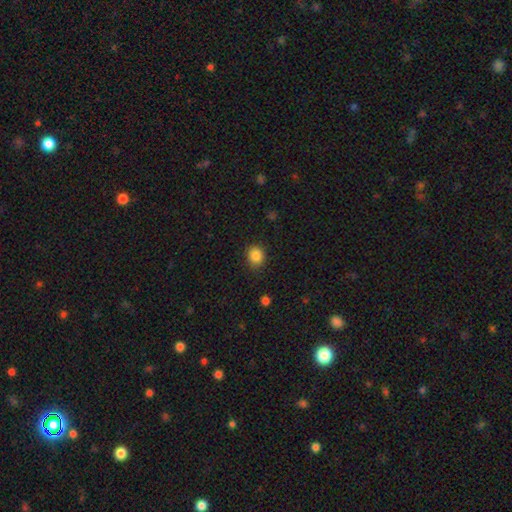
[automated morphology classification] smooth 85%, star or artifact 10%, featured or disk 4%. Down the decision tree: how rounded — round (70%); merging — none (85%).